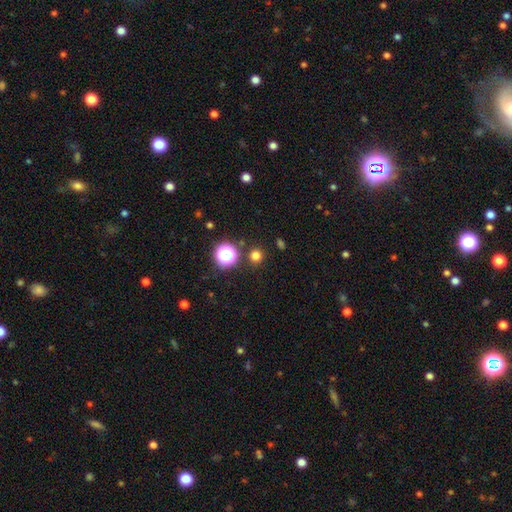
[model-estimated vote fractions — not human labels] Overall: smooth (75%). How rounded: round (92%). Merging: none (87%).